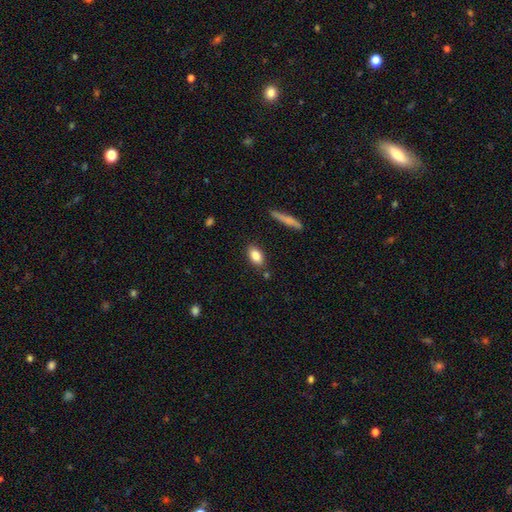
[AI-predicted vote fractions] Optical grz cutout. It shows a smooth galaxy with no disk features (83%) that is in between round and cigar-shaped (85%). Merging: none (82%).